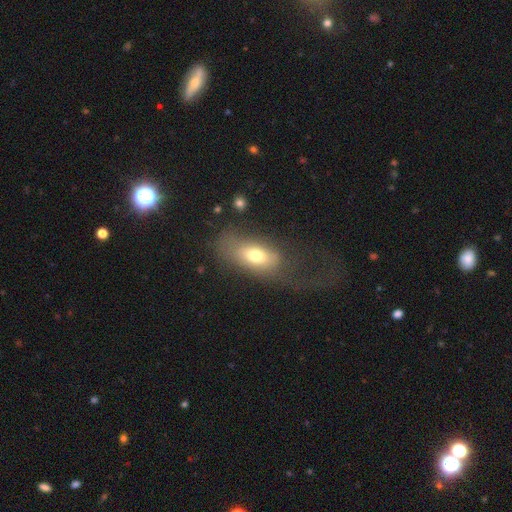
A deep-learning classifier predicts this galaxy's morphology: A smooth galaxy with no disk features (68%) that is in between round and cigar-shaped (86%). Merging: none (43%).